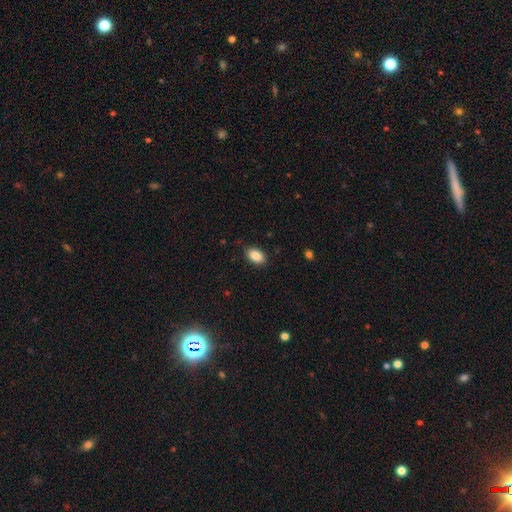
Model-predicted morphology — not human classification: Smooth or featured: smooth — 87% (star or artifact — 8%)
How rounded: in between — 91% (round — 7%)
Merging: none — 87% (minor disturbance — 10%)